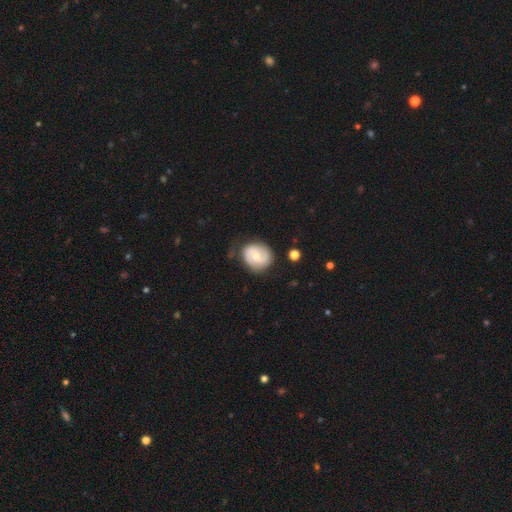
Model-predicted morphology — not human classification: The model was most divided on "bar": no: 48%, weak: 42%, strong: 10%. More confident: edge-on disk — no (97%); spiral arms — yes (78%); merging — none (68%); bulge size — moderate (61%); smooth or featured — featured or disk (57%).